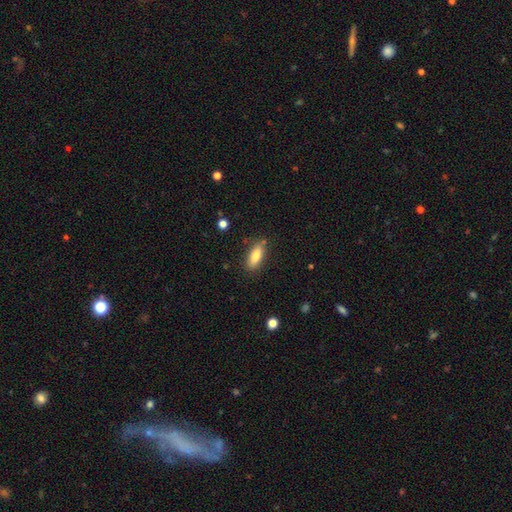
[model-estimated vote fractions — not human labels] This appears to be a smooth galaxy with no disk features (82%) that is in between round and cigar-shaped (72%). Merging: none (82%).